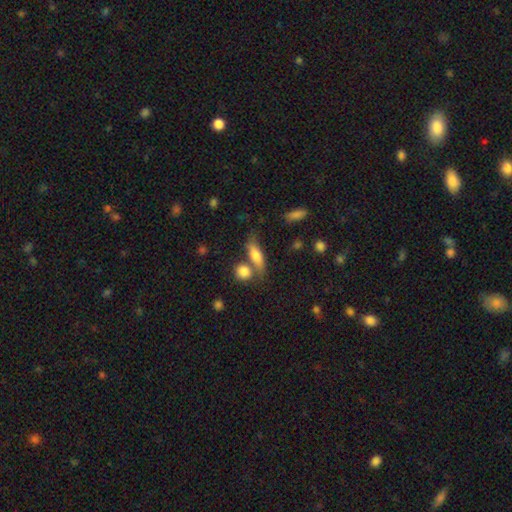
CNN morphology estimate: Q: Smooth or featured?
A: smooth (71%); runner-up: featured or disk (21%)
Q: How rounded?
A: in between (55%); runner-up: cigar-shaped (37%)
Q: Merging?
A: none (53%); runner-up: merger (25%)